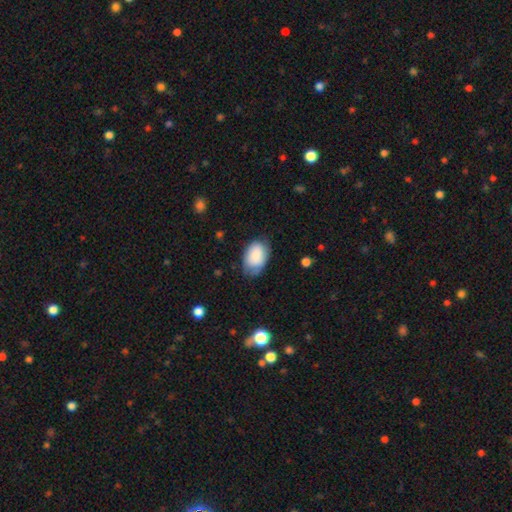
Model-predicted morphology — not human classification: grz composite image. It shows a smooth galaxy with no disk features (85%) that is in between round and cigar-shaped (88%). Merging: none (64%).